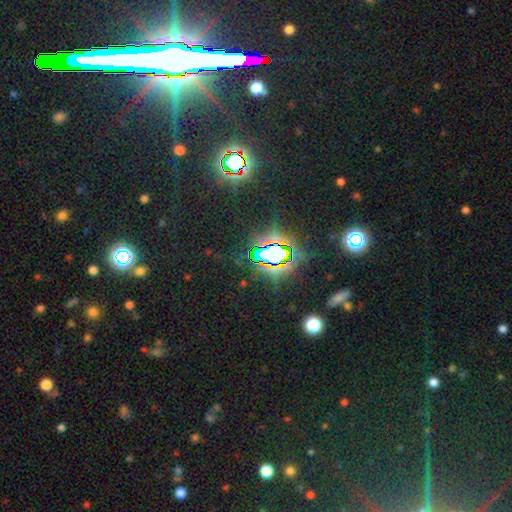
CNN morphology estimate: star or artifact 83%, smooth 10%, featured or disk 8%.